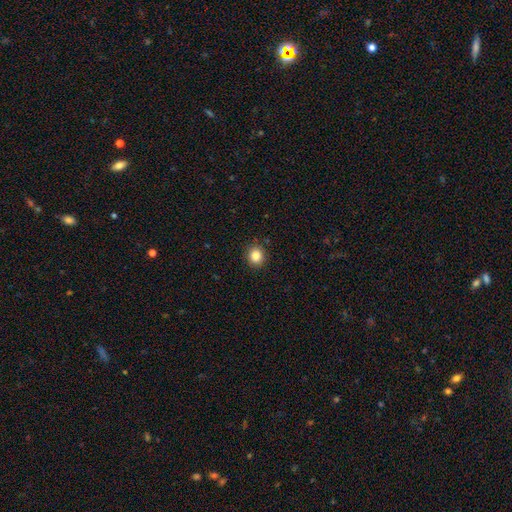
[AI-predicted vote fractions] Smooth or featured? Predicted: smooth (p=0.86). How rounded? Predicted: round (p=0.81). Merging? Predicted: none (p=0.90).